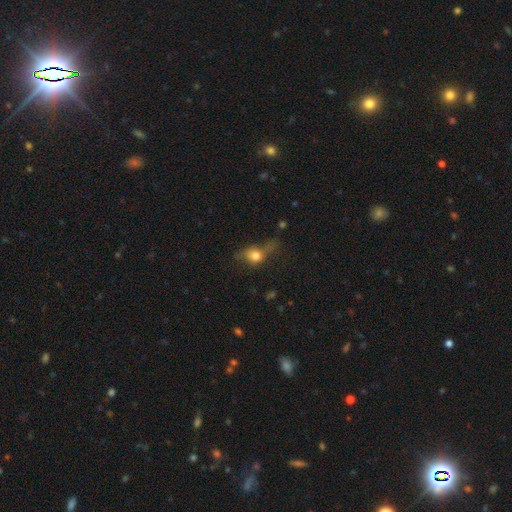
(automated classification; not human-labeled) The model was most divided on "merging": none: 35%, major disturbance: 33%, minor disturbance: 26%, merger: 5%. More confident: smooth or featured — smooth (63%); how rounded — round (50%).